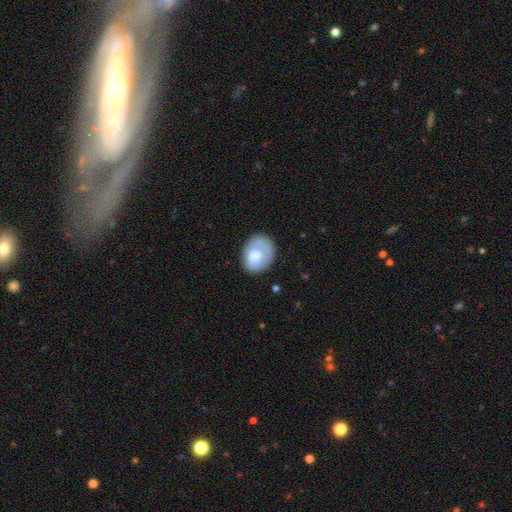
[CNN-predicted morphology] The model was most divided on "how rounded": in between: 60%, round: 39%, cigar-shaped: 1%. More confident: smooth or featured — smooth (70%); merging — none (62%).